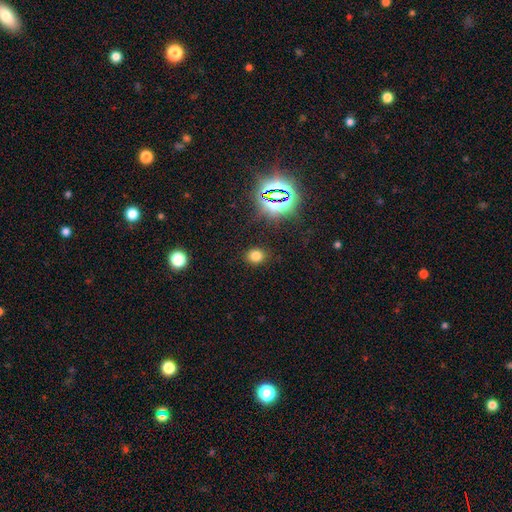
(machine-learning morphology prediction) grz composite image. It shows a smooth galaxy with no disk features (73%) that is round (70%). Merging: none (88%).